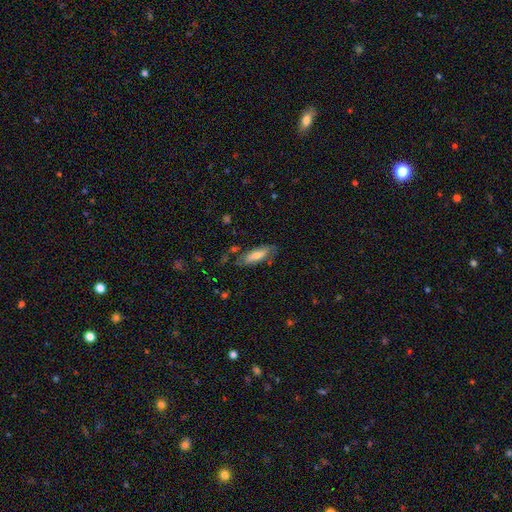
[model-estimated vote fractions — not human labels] This is likely a smooth galaxy (61%). How rounded: possibly in between (57%). Merging: likely none (70%).